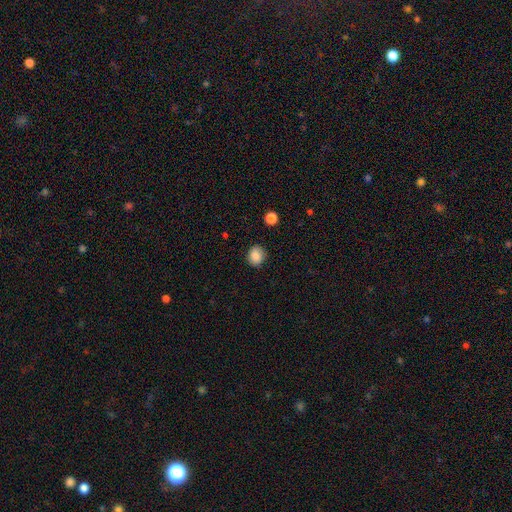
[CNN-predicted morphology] This is clearly a smooth galaxy (86%). How rounded: likely round (74%). Merging: clearly none (86%).